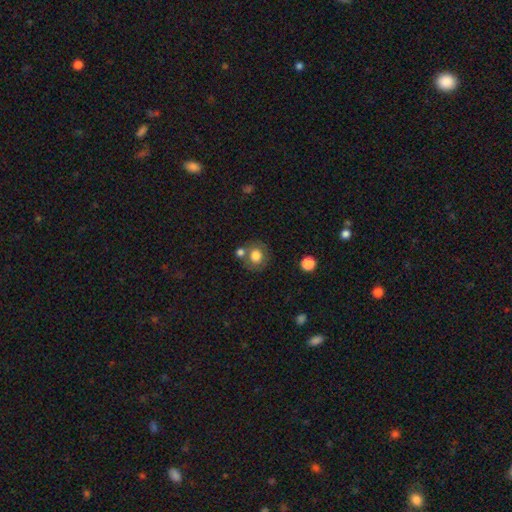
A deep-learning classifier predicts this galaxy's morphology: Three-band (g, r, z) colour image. It shows a smooth galaxy with no disk features (77%) that is round (82%). Merging: none (65%).